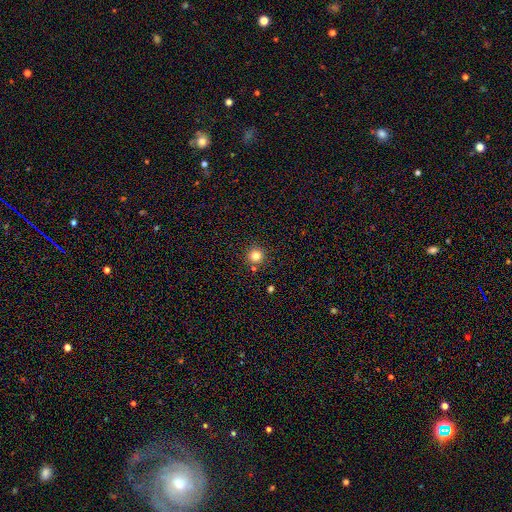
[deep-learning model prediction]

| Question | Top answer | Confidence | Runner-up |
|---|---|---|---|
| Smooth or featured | smooth | 81% | star or artifact (13%) |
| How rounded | round | 96% | in between (4%) |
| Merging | none | 88% | minor disturbance (6%) |